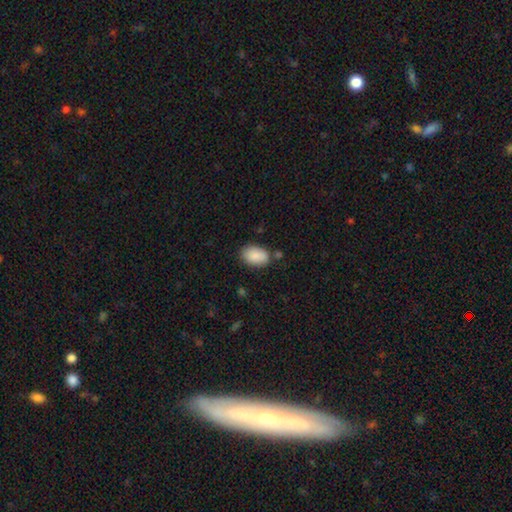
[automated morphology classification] A smooth galaxy with no disk features (88%) that is in between round and cigar-shaped (90%).

Vote fractions:
- Smooth or featured? smooth: 88% / star or artifact: 7% / featured or disk: 5%
- How rounded? in between: 90% / round: 9% / cigar-shaped: 1%
- Merging? none: 75% / minor disturbance: 17% / merger: 5% / major disturbance: 4%